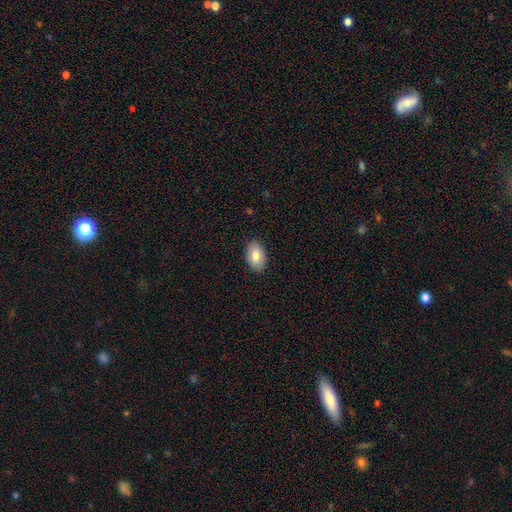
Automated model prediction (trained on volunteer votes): smooth_or_featured: smooth (p=0.80) [alt: featured or disk p=0.13]
how_rounded: in between (p=0.92) [alt: round p=0.07]
merging: none (p=0.88) [alt: minor disturbance p=0.09]